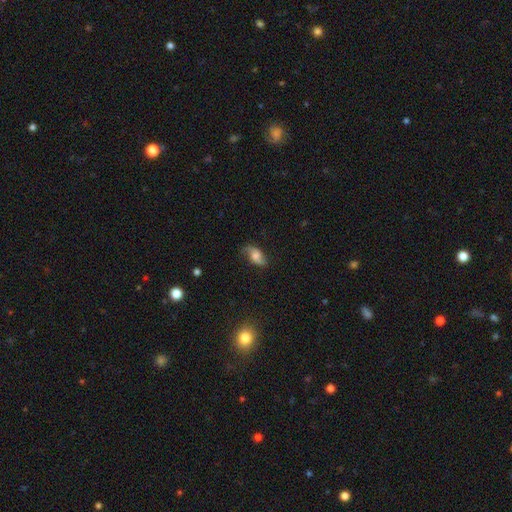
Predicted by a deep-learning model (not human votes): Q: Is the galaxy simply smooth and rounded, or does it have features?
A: smooth — 46%.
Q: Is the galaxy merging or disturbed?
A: none — 66%.